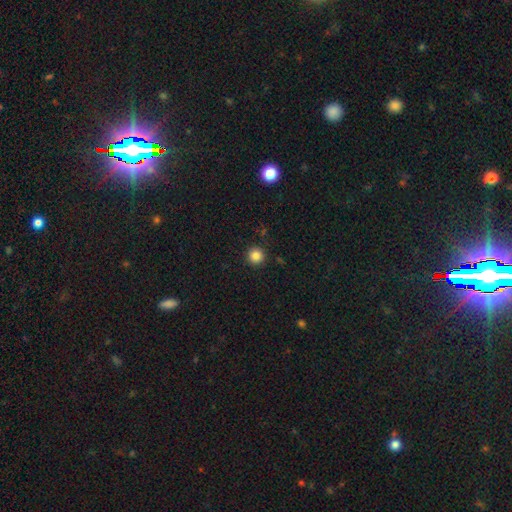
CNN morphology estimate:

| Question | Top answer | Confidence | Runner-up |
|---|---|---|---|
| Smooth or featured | smooth | 85% | star or artifact (12%) |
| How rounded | round | 96% | in between (3%) |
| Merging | none | 91% | minor disturbance (5%) |